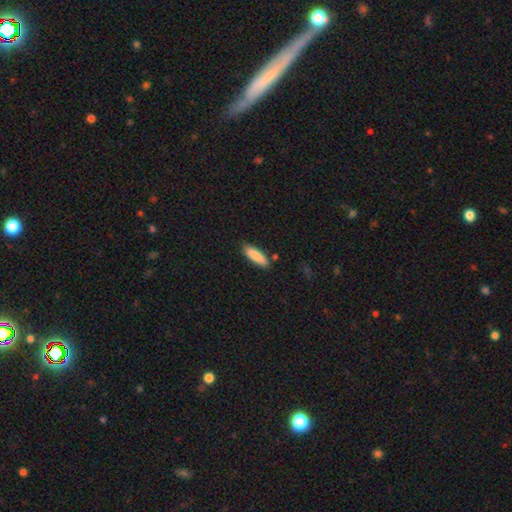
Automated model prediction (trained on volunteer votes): A smooth galaxy with no disk features (86%) that is cigar-shaped (60%). Merging: none (84%).